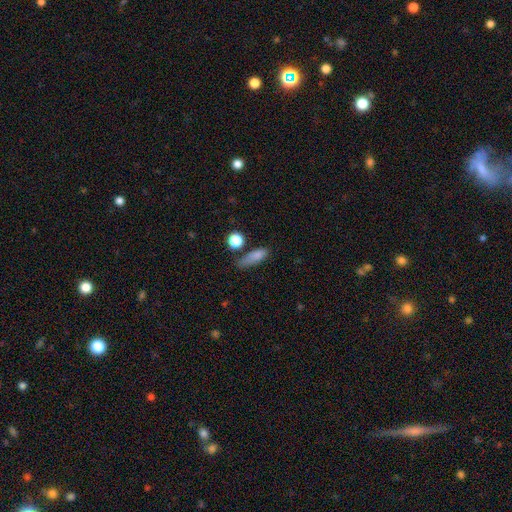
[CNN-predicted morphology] smooth 78%, star or artifact 12%, featured or disk 10%. Down the decision tree: how rounded — in between (52%); merging — none (54%).